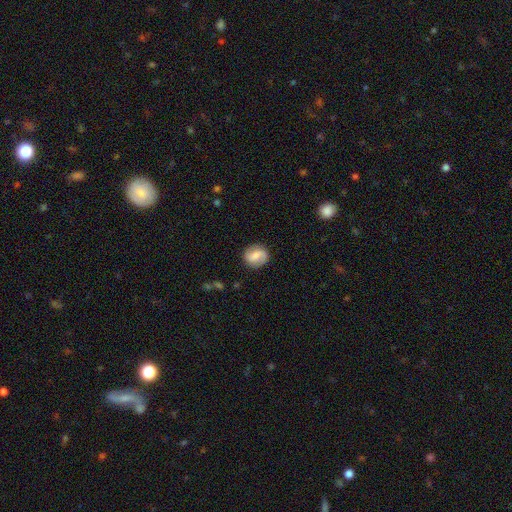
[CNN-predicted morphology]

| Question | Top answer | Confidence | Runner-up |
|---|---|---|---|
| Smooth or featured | featured or disk | 49% | smooth (44%) |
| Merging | none | 84% | minor disturbance (11%) |